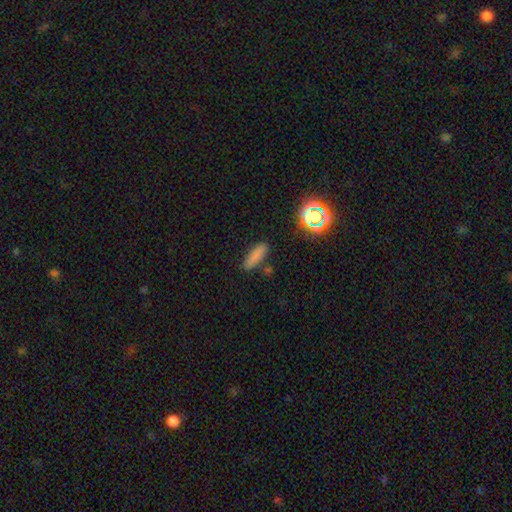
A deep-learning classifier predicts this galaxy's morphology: A smooth galaxy with no disk features (80%) that is cigar-shaped (57%).

Vote fractions:
- Smooth or featured? smooth: 80% / star or artifact: 13% / featured or disk: 7%
- How rounded? cigar-shaped: 57% / in between: 40% / round: 3%
- Merging? none: 79% / minor disturbance: 14% / merger: 4% / major disturbance: 3%